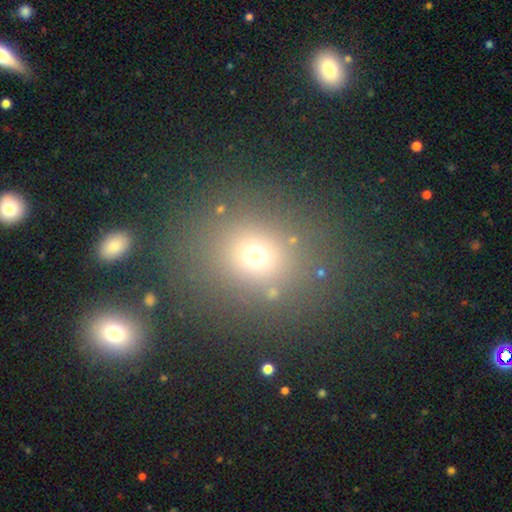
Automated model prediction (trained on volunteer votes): smooth 66%, star or artifact 24%, featured or disk 10%. Down the decision tree: how rounded — round (74%); merging — none (81%).